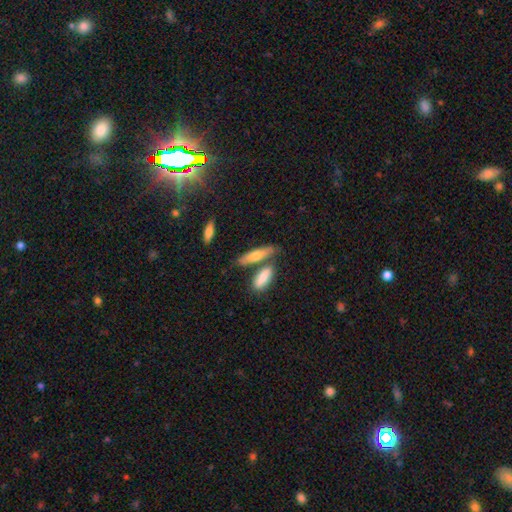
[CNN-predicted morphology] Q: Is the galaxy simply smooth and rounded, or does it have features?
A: smooth — 67%.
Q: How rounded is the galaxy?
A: cigar-shaped — 66%.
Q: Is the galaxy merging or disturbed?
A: none — 61%.